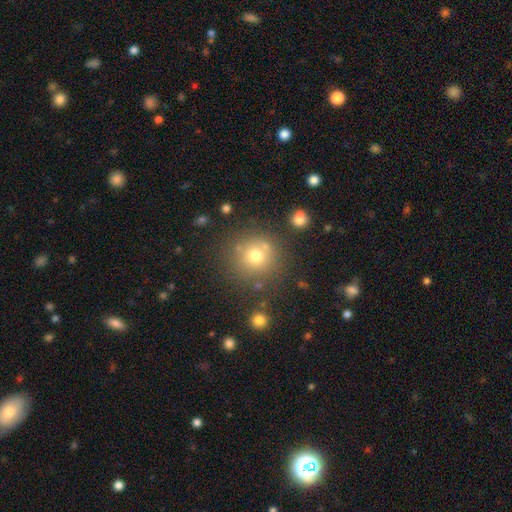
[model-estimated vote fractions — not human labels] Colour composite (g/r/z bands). It shows a smooth galaxy with no disk features (72%) that is round (93%). Merging: none (77%).